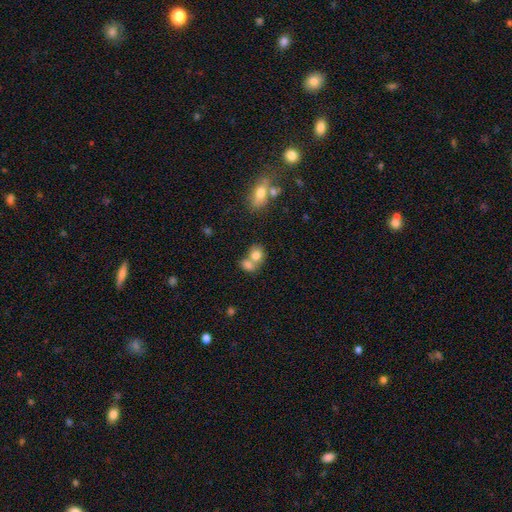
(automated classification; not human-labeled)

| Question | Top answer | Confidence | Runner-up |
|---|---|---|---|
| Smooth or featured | smooth | 77% | featured or disk (13%) |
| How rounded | round | 56% | in between (42%) |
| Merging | merger | 58% | none (31%) |